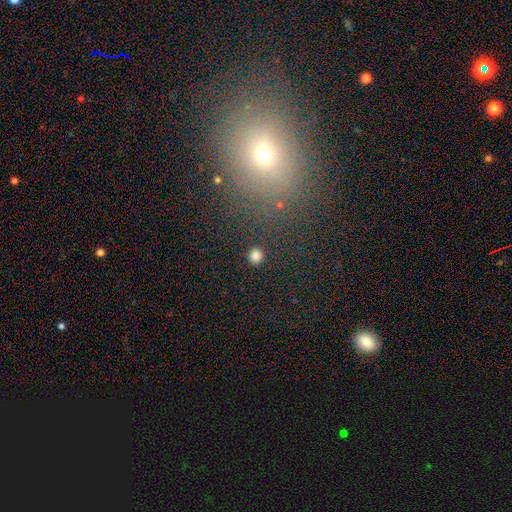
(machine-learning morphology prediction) smooth-or-featured: smooth: 83% | star or artifact: 13% | featured or disk: 4%
  how-rounded: round: 93% | in between: 6% | cigar-shaped: 1%
  merging: none: 91% | minor disturbance: 5% | major disturbance: 2% | merger: 2%